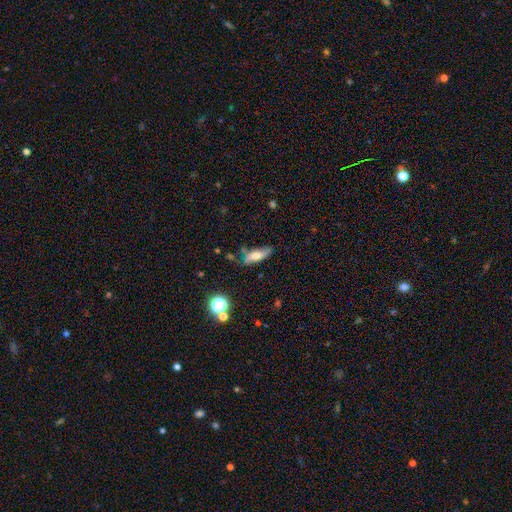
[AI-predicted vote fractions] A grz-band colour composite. It shows a smooth galaxy with no disk features (65%) that is in between round and cigar-shaped (58%). Merging: none (58%).